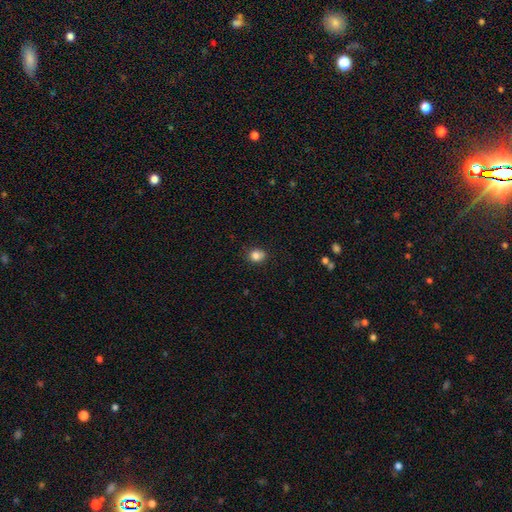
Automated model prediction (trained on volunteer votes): A smooth galaxy with no disk features (83%) that is round (72%). Merging: none (76%).